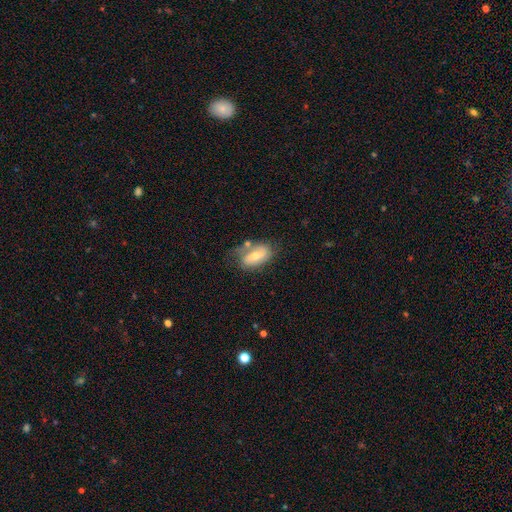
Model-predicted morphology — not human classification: Smooth or featured? smooth (50%)
Merging? none (49%)